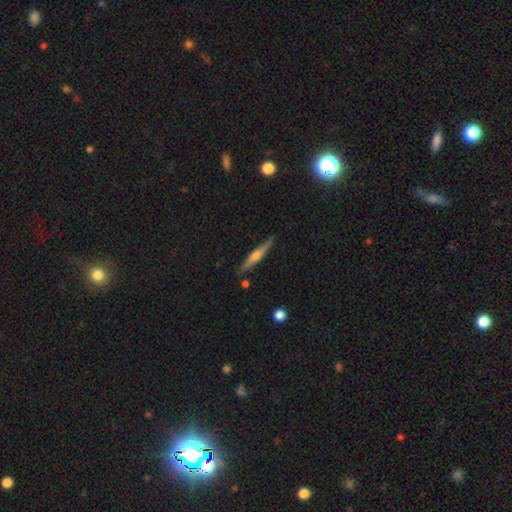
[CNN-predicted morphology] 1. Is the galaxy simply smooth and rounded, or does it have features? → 62% featured or disk, 32% smooth, 6% star or artifact.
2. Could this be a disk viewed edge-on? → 97% yes, 3% no.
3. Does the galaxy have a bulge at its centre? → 83% rounded, 10% none, 7% boxy.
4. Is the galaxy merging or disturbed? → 86% none, 10% minor disturbance, 2% merger, 2% major disturbance.